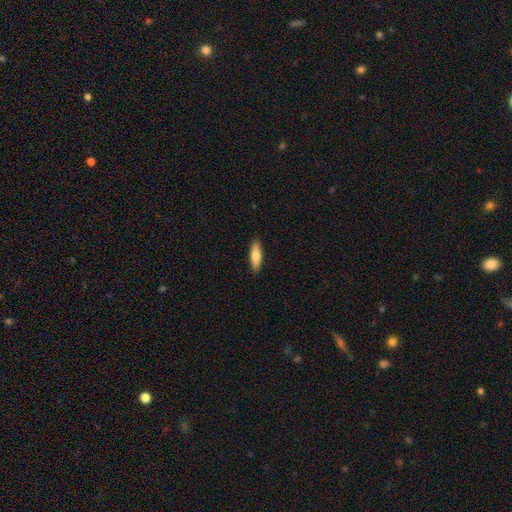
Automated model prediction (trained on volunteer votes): This appears to be a smooth galaxy with no disk features (78%) that is cigar-shaped (51%). Merging: none (89%).